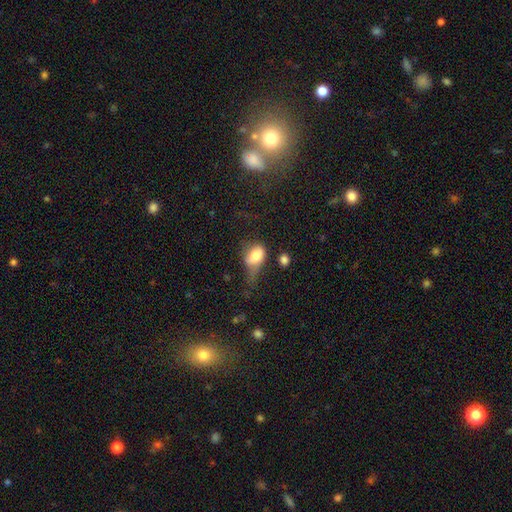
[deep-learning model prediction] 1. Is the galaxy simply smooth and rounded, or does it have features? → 73% smooth, 18% featured or disk, 9% star or artifact.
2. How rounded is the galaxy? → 75% in between, 22% round, 3% cigar-shaped.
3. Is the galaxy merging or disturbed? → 40% major disturbance, 31% minor disturbance, 20% none, 10% merger.